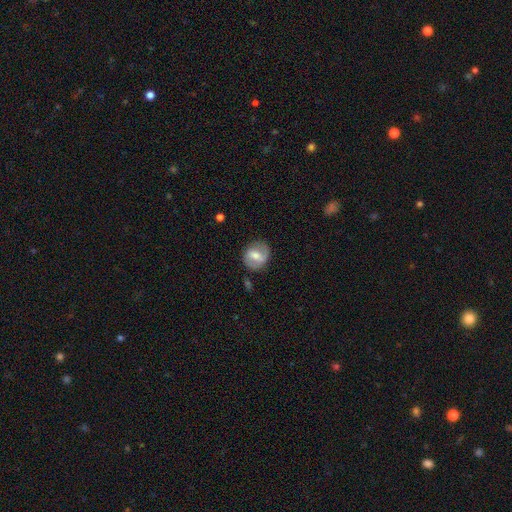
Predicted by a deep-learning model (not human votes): Smooth or featured? featured or disk (52%)
Edge-on disk? no (96%)
Merging? none (77%)